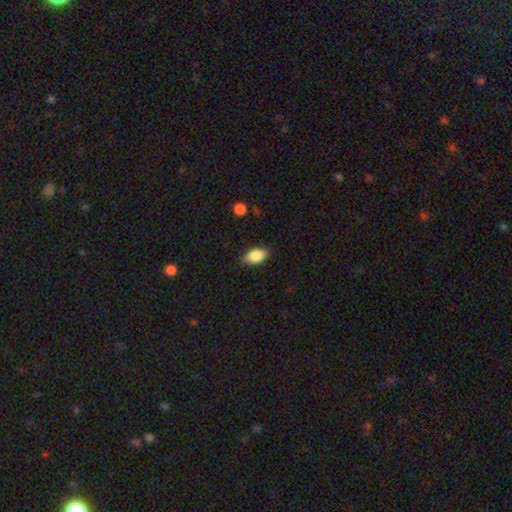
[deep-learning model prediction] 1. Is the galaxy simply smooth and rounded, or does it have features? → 85% smooth, 8% featured or disk, 7% star or artifact.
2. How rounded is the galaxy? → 91% in between, 5% round, 4% cigar-shaped.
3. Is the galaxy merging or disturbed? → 84% none, 12% minor disturbance, 2% major disturbance, 1% merger.